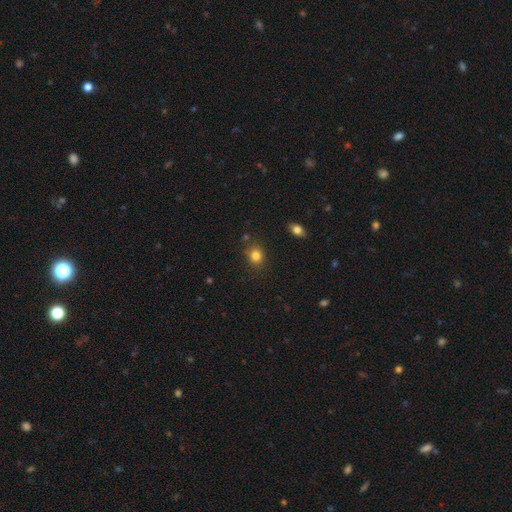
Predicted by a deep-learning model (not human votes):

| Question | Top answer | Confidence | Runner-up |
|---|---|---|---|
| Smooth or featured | smooth | 82% | star or artifact (11%) |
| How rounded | round | 66% | in between (33%) |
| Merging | none | 81% | minor disturbance (12%) |